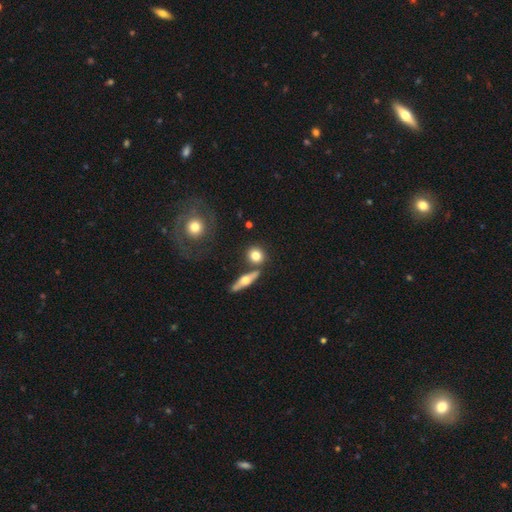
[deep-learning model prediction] smooth-or-featured: smooth: 76% | featured or disk: 16% | star or artifact: 8%
  how-rounded: round: 78% | in between: 17% | cigar-shaped: 5%
  merging: none: 74% | merger: 13% | minor disturbance: 10% | major disturbance: 3%